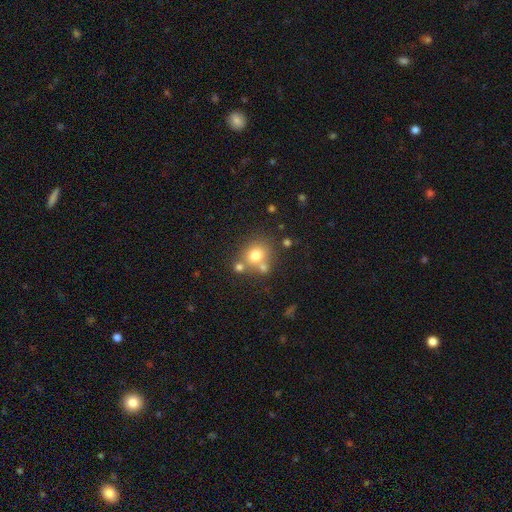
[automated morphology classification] Smooth or featured: smooth — 73% (star or artifact — 14%)
How rounded: round — 77% (in between — 22%)
Merging: none — 57% (merger — 26%)